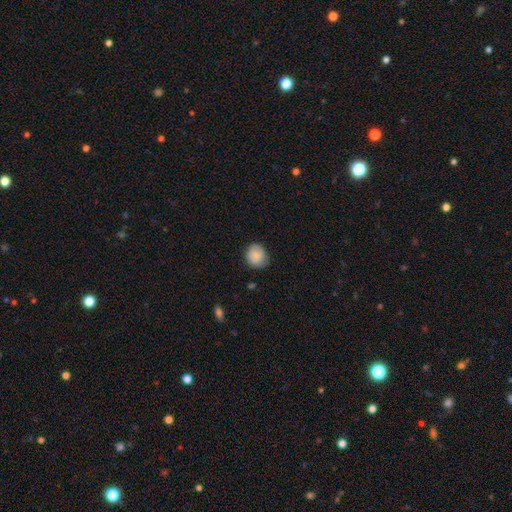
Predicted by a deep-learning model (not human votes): This is clearly a smooth galaxy (86%). How rounded: likely round (77%). Merging: likely none (75%).